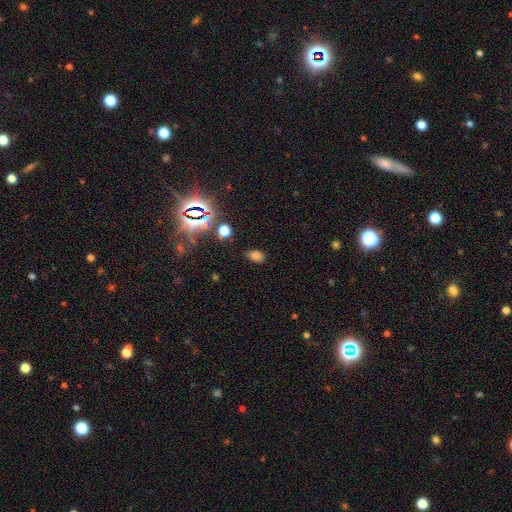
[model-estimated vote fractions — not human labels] Q: Smooth or featured?
A: smooth (69%); runner-up: star or artifact (24%)
Q: How rounded?
A: in between (83%); runner-up: round (15%)
Q: Merging?
A: none (79%); runner-up: minor disturbance (14%)